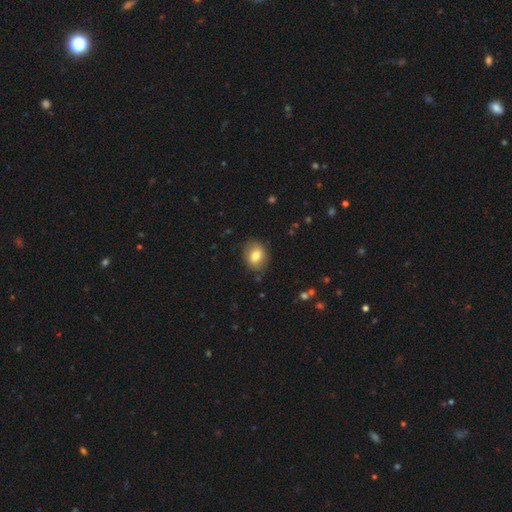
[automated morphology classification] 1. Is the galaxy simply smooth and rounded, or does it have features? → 78% smooth, 14% featured or disk, 9% star or artifact.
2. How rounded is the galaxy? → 56% in between, 43% round, 1% cigar-shaped.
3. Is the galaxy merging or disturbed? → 82% none, 13% minor disturbance, 3% major disturbance, 1% merger.